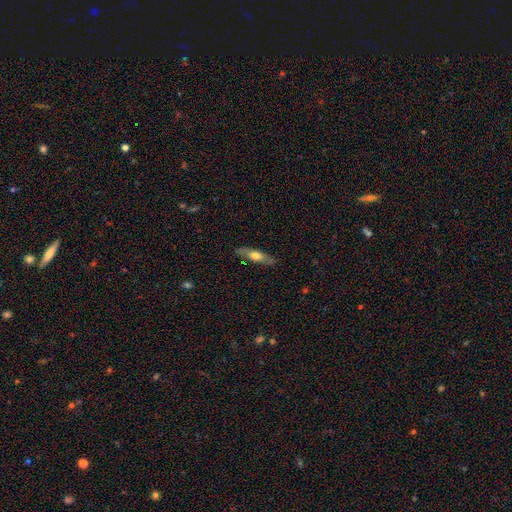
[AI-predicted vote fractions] Smooth or featured: smooth — 54% (featured or disk — 40%)
How rounded: cigar-shaped — 67% (in between — 31%)
Merging: none — 84% (minor disturbance — 12%)